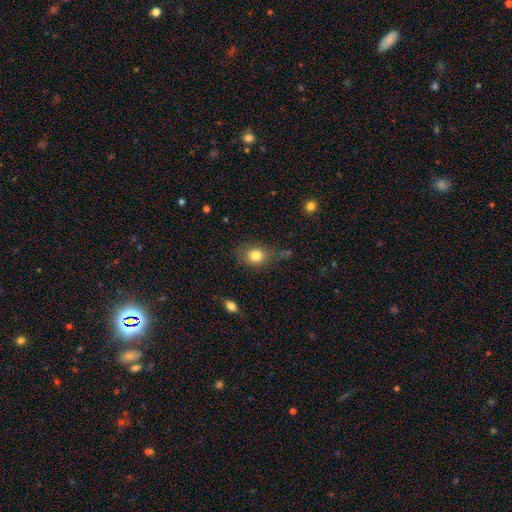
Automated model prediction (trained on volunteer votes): smooth 81%, star or artifact 10%, featured or disk 9%. Down the decision tree: how rounded — round (51%); merging — none (65%).